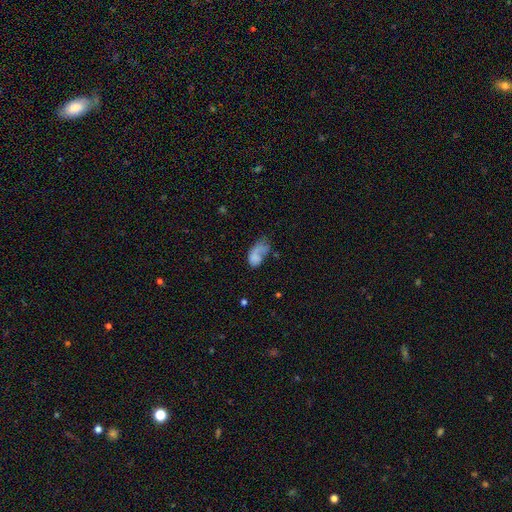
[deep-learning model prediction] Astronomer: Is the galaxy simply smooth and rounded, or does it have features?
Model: smooth — 61%.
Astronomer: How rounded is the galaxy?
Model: in between — 89%.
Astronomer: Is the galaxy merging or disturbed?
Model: major disturbance — 45% (runner-up: none, 22%).